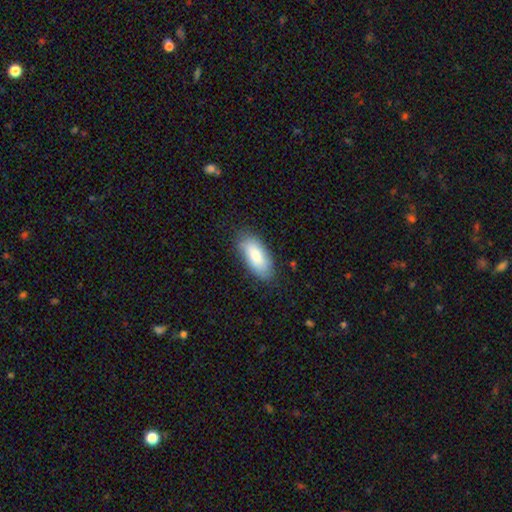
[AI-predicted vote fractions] Smooth or featured? smooth (80%)
How rounded? in between (89%)
Merging? none (80%)